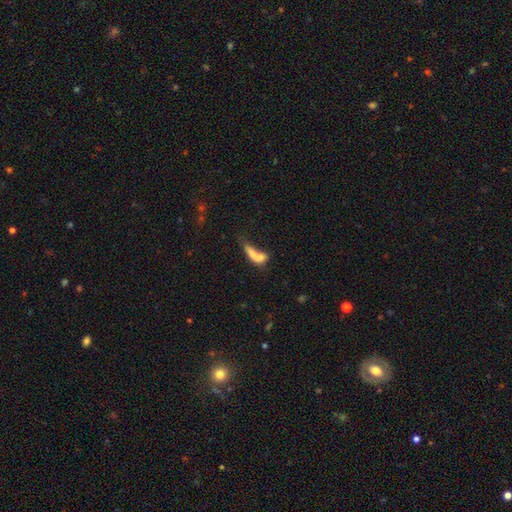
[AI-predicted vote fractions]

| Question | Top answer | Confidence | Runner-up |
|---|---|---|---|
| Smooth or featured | smooth | 67% | featured or disk (23%) |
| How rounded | in between | 49% | cigar-shaped (43%) |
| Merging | merger | 50% | none (22%) |